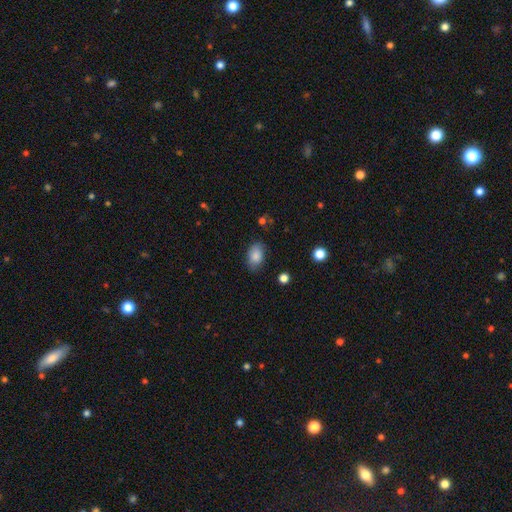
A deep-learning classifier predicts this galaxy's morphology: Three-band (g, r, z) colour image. It shows a smooth galaxy with no disk features (85%) that is in between round and cigar-shaped (87%). Merging: none (78%).